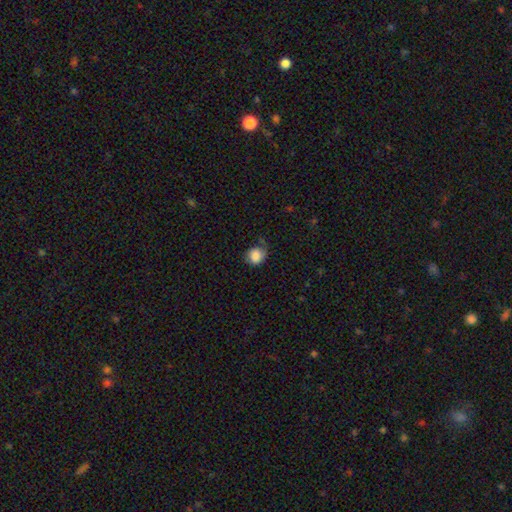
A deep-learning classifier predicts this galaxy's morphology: Q: Smooth or featured?
A: smooth (84%); runner-up: star or artifact (8%)
Q: How rounded?
A: round (75%); runner-up: in between (24%)
Q: Merging?
A: none (51%); runner-up: minor disturbance (33%)